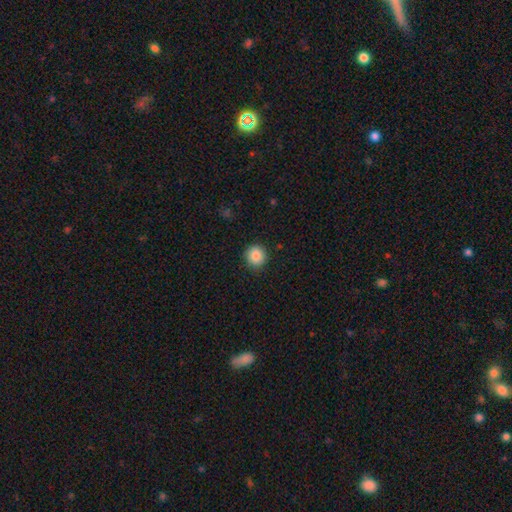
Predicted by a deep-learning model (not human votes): This is clearly a smooth galaxy (86%). How rounded: clearly round (92%). Merging: clearly none (89%).